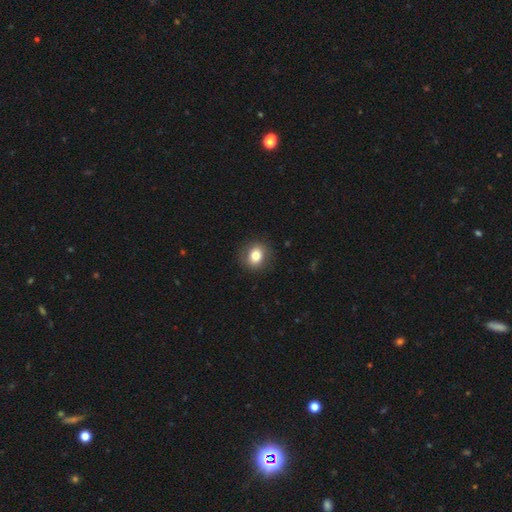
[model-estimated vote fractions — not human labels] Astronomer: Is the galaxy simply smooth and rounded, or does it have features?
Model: smooth — 80%.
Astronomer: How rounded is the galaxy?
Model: round — 74%.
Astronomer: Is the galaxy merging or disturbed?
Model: none — 88%.